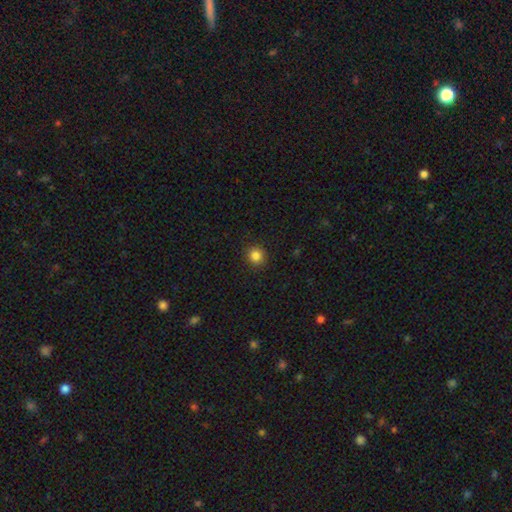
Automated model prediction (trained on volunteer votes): This is clearly a smooth galaxy (84%). How rounded: clearly round (91%). Merging: clearly none (91%).